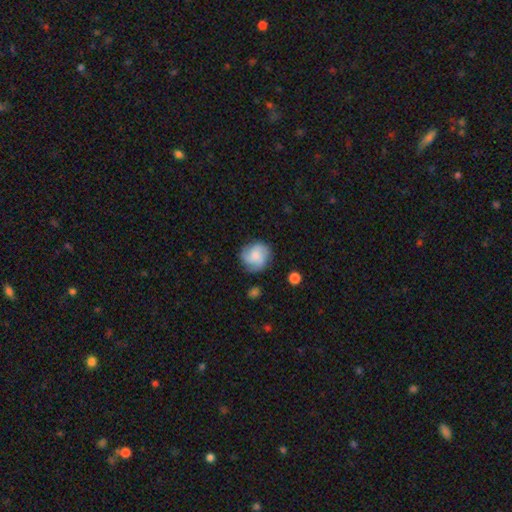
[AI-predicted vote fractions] The model was most divided on "bulge size": moderate: 31%, small: 26%, none: 25%, large: 15%, dominant: 3%. Remaining: edge-on disk — no (98%); spiral arms — yes (93%); merging — none (78%); bar — no (69%); smooth or featured — featured or disk (57%); spiral arm count — 3 (56%); spiral winding — medium (47%).